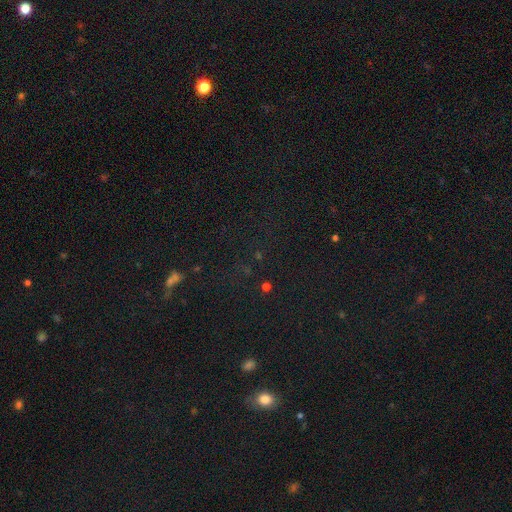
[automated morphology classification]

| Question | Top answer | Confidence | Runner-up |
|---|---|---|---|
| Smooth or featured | star or artifact | 70% | smooth (21%) |